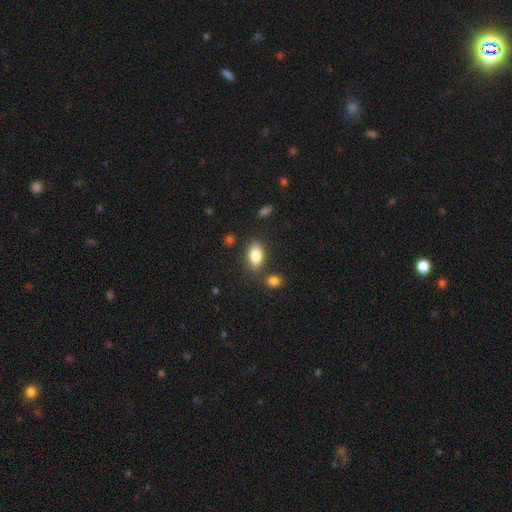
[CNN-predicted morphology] Smooth or featured? smooth (84%)
How rounded? in between (89%)
Merging? none (78%)